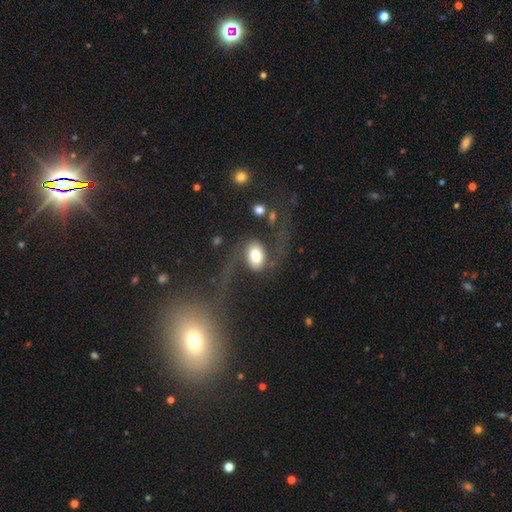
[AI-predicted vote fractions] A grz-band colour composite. It shows a featured or disk galaxy (58%) with no bar (54%), spiral arms (84%) and a large central bulge (40%). Merging: none (50%).